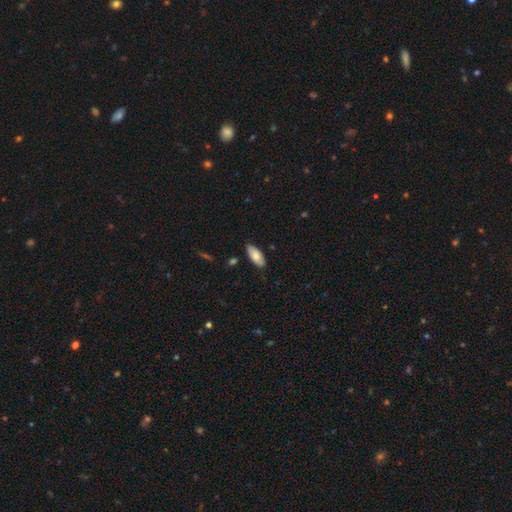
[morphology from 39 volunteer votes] Volunteers were most divided on "smooth or featured": smooth: 77%, featured or disk: 21%, star or artifact: 3%. More confident: merging — none (95%); how rounded — in between (93%).